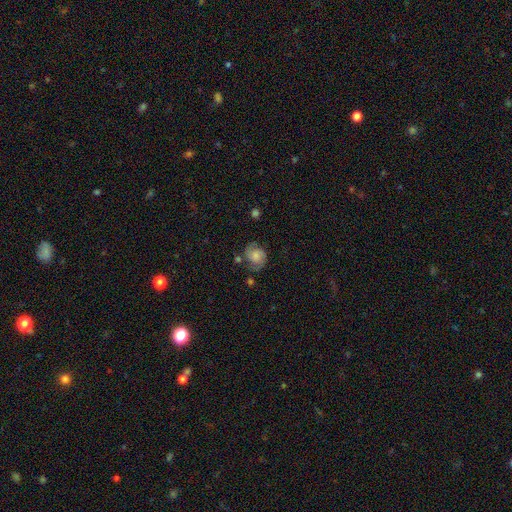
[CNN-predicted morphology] type=featured or disk (61%); edge-on=no (98%); bar=no (68%); spiral arms=yes (92%); winding=medium (46%); arm count=2 (86%); bulge=moderate (35%); merging=none (64%).